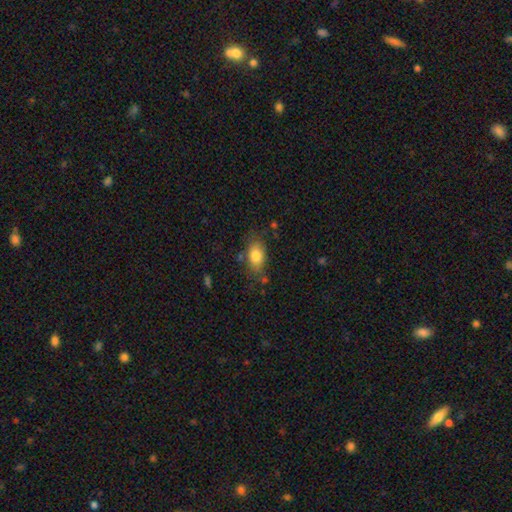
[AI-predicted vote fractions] Q: Smooth or featured?
A: smooth (81%); runner-up: featured or disk (12%)
Q: How rounded?
A: in between (87%); runner-up: round (9%)
Q: Merging?
A: none (71%); runner-up: minor disturbance (20%)